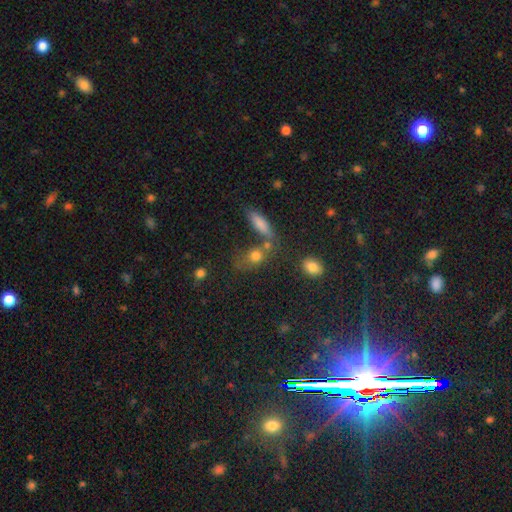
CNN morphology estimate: Smooth or featured? smooth (76%)
How rounded? in between (49%)
Merging? none (52%)